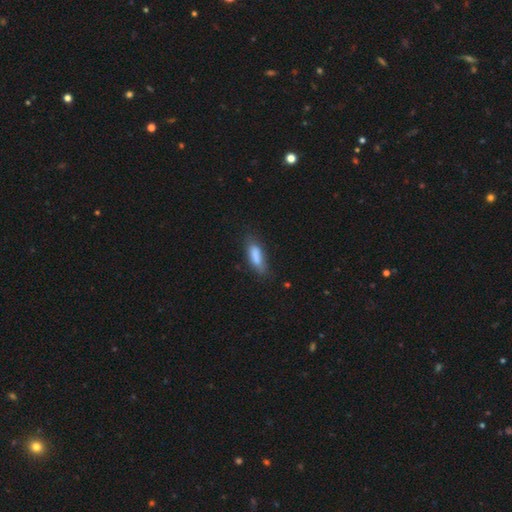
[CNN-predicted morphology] The model was most divided on "how rounded": in between: 55%, cigar-shaped: 43%, round: 2%. More confident: smooth or featured — smooth (80%); merging — none (64%).